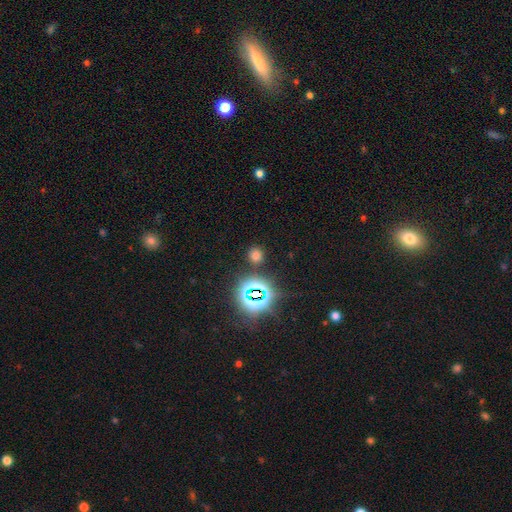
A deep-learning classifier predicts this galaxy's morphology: smooth 63%, star or artifact 31%, featured or disk 6%. Down the decision tree: how rounded — round (84%); merging — none (84%).